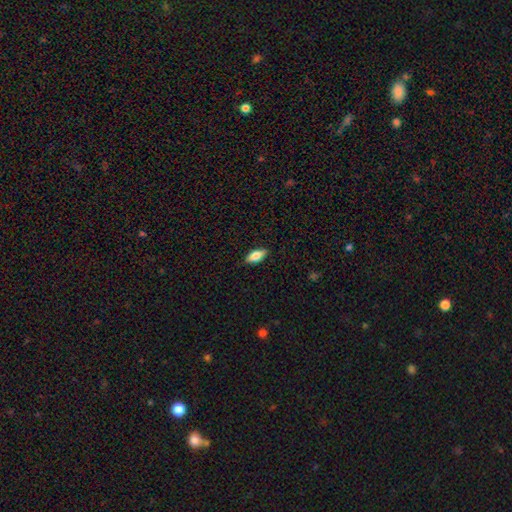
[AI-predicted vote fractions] Morphology: type=smooth (78%); roundness=in between (84%); merging=none (87%).